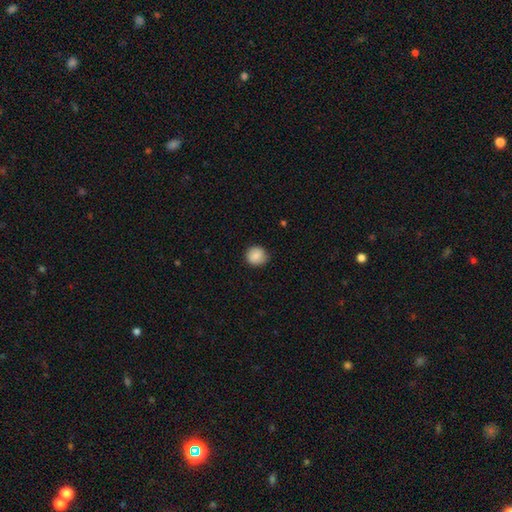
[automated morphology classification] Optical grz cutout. It shows a smooth galaxy with no disk features (86%) that is round (87%). Merging: none (82%).